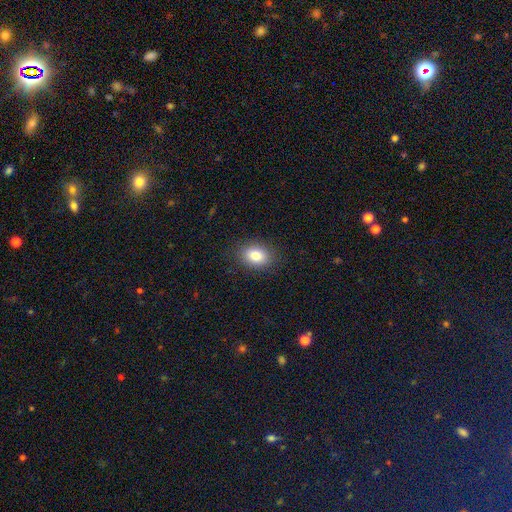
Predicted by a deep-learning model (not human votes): smooth-or-featured: smooth: 84% | star or artifact: 9% | featured or disk: 8%
  how-rounded: in between: 76% | round: 23% | cigar-shaped: 1%
  merging: none: 87% | minor disturbance: 9% | major disturbance: 3% | merger: 1%